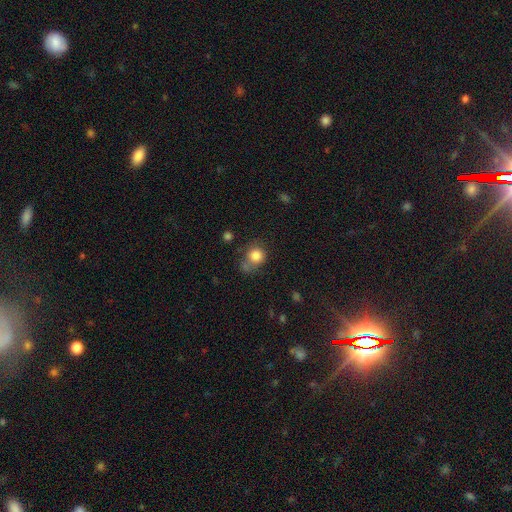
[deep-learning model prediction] Q: Smooth or featured?
A: smooth (82%); runner-up: star or artifact (10%)
Q: How rounded?
A: round (81%); runner-up: in between (18%)
Q: Merging?
A: none (52%); runner-up: minor disturbance (21%)